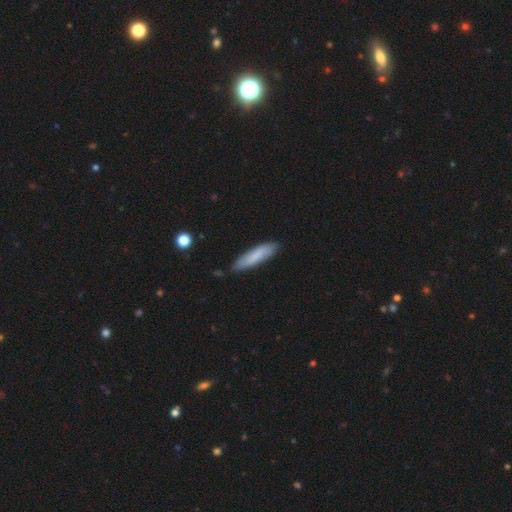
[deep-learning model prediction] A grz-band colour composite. It shows a smooth galaxy with no disk features (75%) that is cigar-shaped (76%). Merging: none (80%).